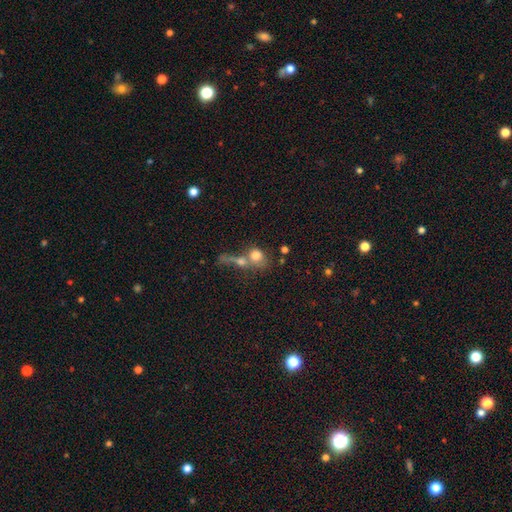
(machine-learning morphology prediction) The model was most divided on "merging": merger: 59%, none: 24%, major disturbance: 9%, minor disturbance: 7%. More confident: smooth or featured — smooth (73%); how rounded — round (69%).